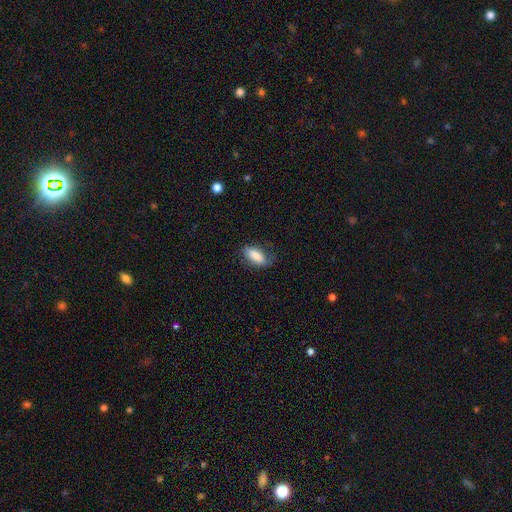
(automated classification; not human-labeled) Morphology: type=smooth (82%); roundness=in between (82%); merging=none (68%).